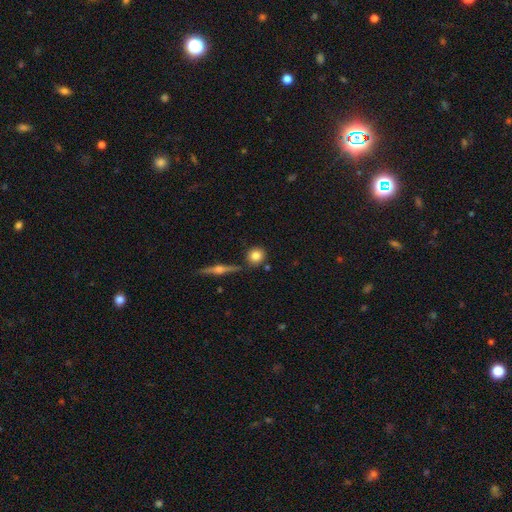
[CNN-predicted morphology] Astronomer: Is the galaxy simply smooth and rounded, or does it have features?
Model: smooth — 78%.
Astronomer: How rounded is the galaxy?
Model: round — 88%.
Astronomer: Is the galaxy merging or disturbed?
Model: none — 80%.